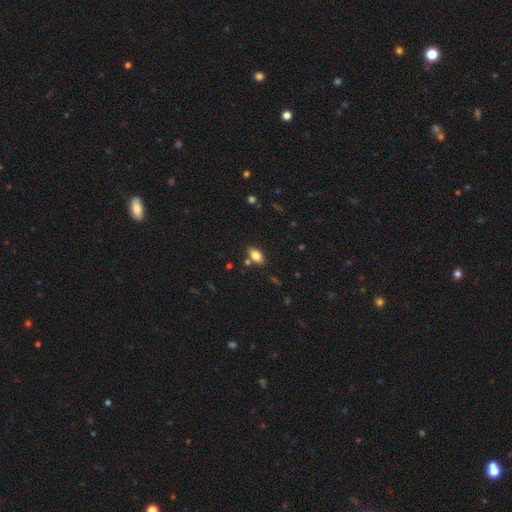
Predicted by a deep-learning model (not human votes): Smooth or featured? smooth (80%)
How rounded? in between (88%)
Merging? none (75%)